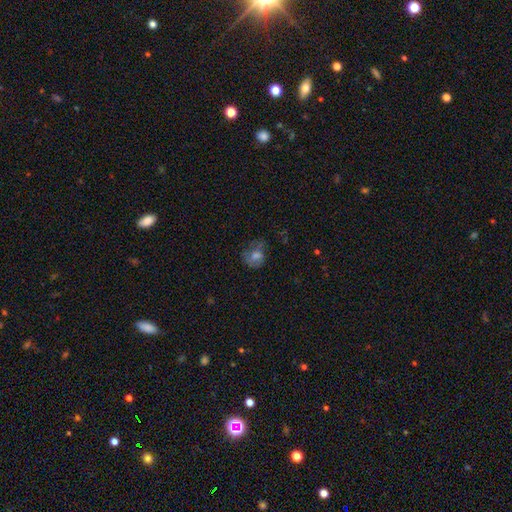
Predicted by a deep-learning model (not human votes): smooth 52%, featured or disk 31%, star or artifact 17%. Down the decision tree: how rounded — round (62%); merging — none (49%).